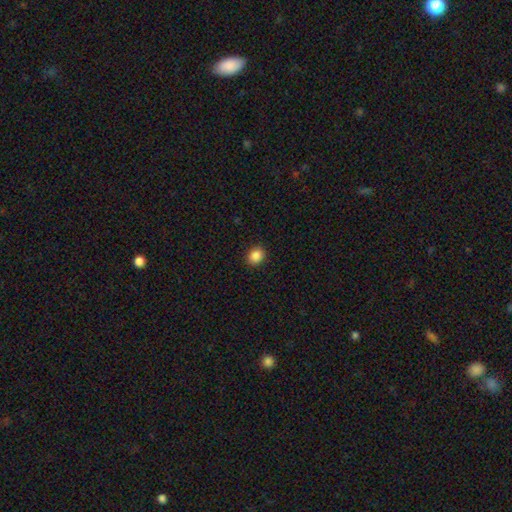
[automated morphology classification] A smooth galaxy with no disk features (87%) that is round (65%).

Vote fractions:
- Smooth or featured? smooth: 87% / star or artifact: 10% / featured or disk: 3%
- How rounded? round: 65% / in between: 34% / cigar-shaped: 1%
- Merging? none: 91% / minor disturbance: 7% / major disturbance: 2% / merger: 1%